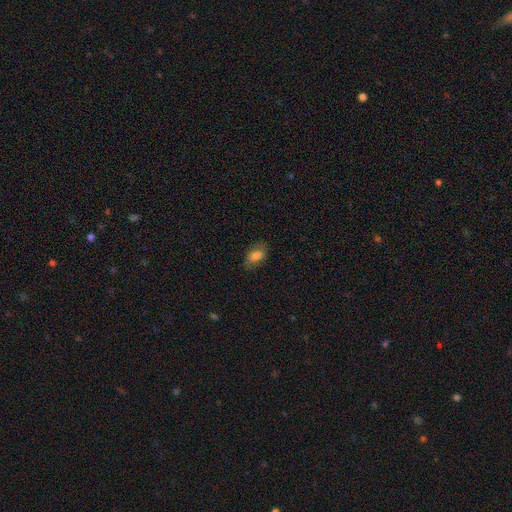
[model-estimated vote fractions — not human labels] Morphology: type=smooth (77%); roundness=in between (89%); merging=none (75%).